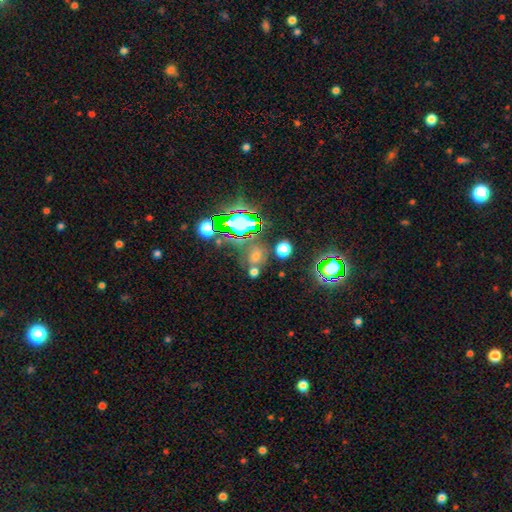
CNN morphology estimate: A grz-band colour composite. It shows a star or artifact, not a galaxy (52%).